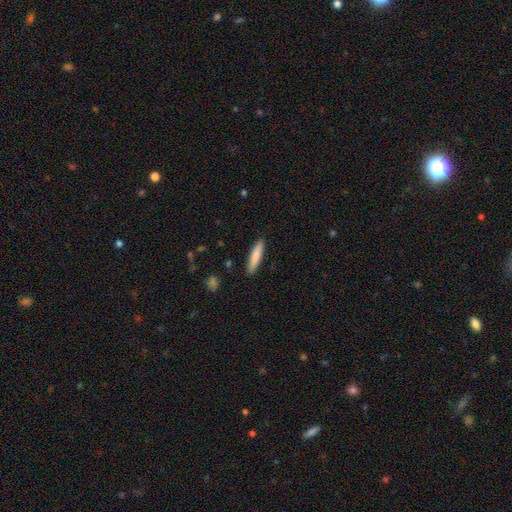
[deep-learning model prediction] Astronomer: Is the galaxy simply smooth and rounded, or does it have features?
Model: smooth — 82%.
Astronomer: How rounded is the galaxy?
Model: cigar-shaped — 82%.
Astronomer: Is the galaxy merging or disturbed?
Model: none — 89%.